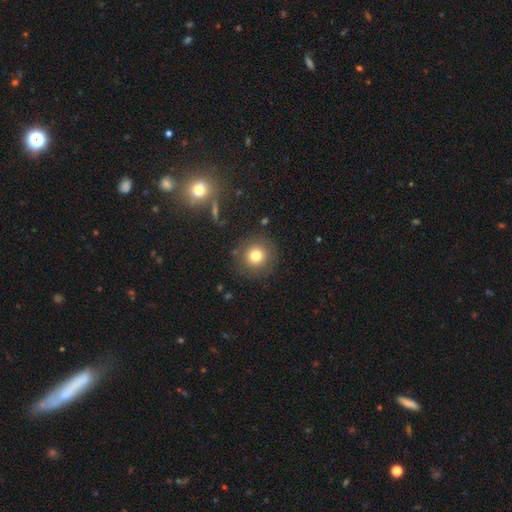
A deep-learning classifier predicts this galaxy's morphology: Q: Smooth or featured?
A: smooth (77%); runner-up: star or artifact (13%)
Q: How rounded?
A: round (94%); runner-up: in between (5%)
Q: Merging?
A: none (87%); runner-up: minor disturbance (8%)